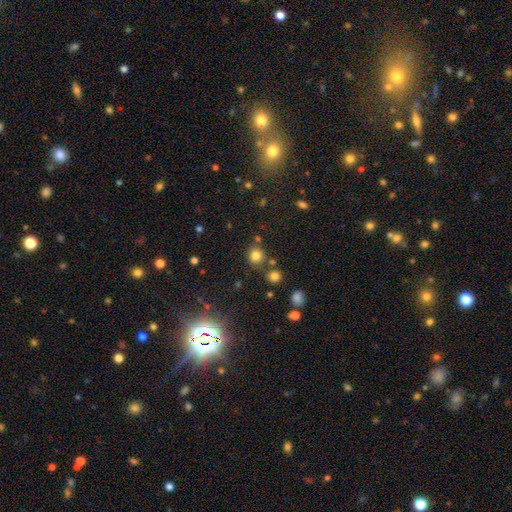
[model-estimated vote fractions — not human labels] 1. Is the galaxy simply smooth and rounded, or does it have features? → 78% smooth, 15% star or artifact, 6% featured or disk.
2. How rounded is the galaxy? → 86% round, 13% in between, 1% cigar-shaped.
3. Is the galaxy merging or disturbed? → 75% none, 12% merger, 10% minor disturbance, 4% major disturbance.